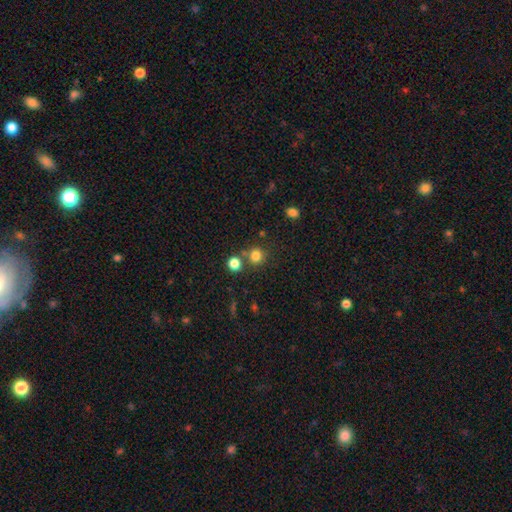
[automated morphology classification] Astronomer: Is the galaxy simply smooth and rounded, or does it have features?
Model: smooth — 80%.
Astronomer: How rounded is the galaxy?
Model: round — 90%.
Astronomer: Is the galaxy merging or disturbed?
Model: none — 72%.